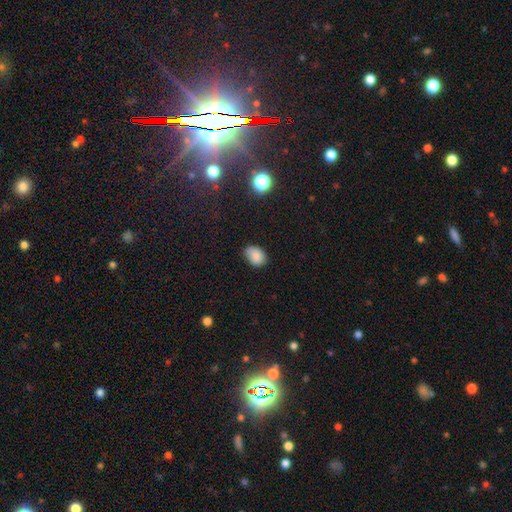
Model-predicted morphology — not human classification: Smooth or featured? smooth (85%)
How rounded? in between (74%)
Merging? none (69%)